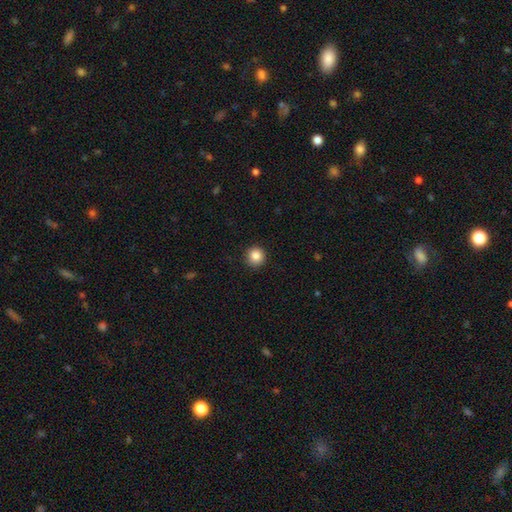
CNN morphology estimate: type=smooth (87%); roundness=round (94%); merging=none (92%).